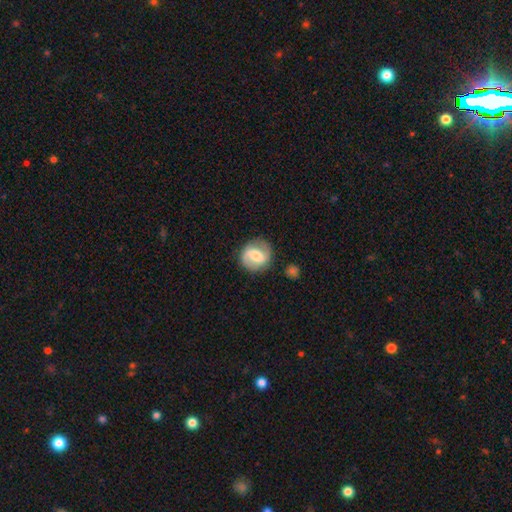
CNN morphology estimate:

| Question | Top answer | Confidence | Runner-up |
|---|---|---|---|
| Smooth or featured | featured or disk | 67% | smooth (27%) |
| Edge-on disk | no | 97% | yes (3%) |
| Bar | weak | 47% | strong (31%) |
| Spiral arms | yes | 89% | no (11%) |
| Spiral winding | medium | 46% | loose (33%) |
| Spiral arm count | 2 | 87% | can't tell (5%) |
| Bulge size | moderate | 58% | small (26%) |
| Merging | none | 82% | minor disturbance (12%) |